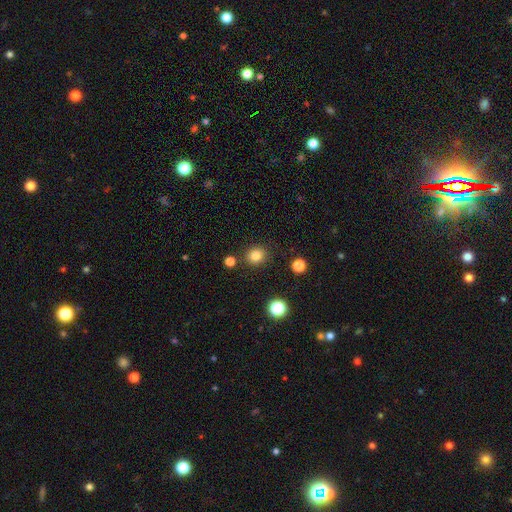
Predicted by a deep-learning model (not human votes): Overall: smooth (82%). How rounded: round (80%). Merging: none (87%).